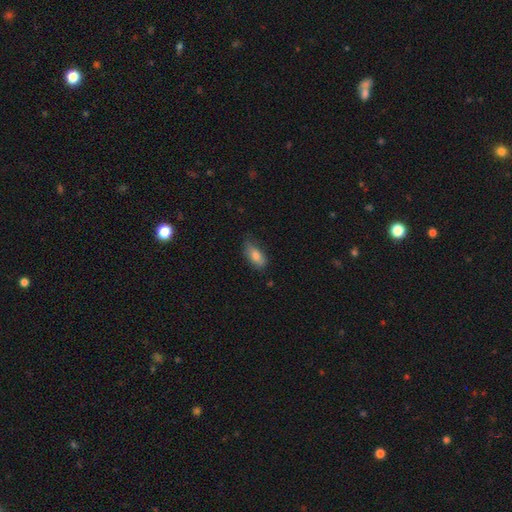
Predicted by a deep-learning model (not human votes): Q: Smooth or featured?
A: smooth (79%); runner-up: featured or disk (13%)
Q: How rounded?
A: in between (84%); runner-up: cigar-shaped (12%)
Q: Merging?
A: none (66%); runner-up: minor disturbance (27%)